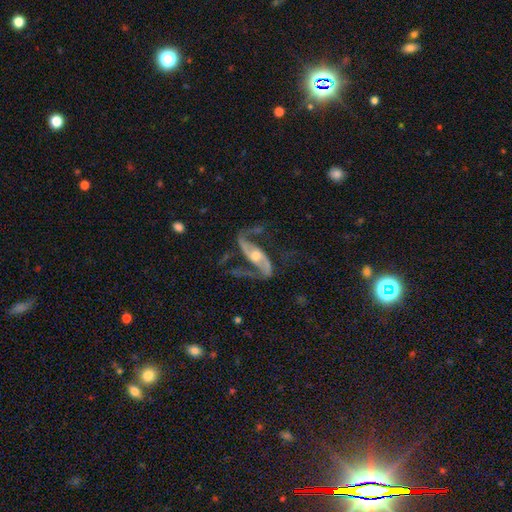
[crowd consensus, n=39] Smooth or featured?
  - featured or disk: 90% *
  - smooth: 8%
  - star or artifact: 3%
Edge-on disk?
  - no: 91% *
  - yes: 9%
Bar?
  - strong: 34% * (tied)
  - no: 34% * (tied)
  - weak: 31%
Spiral arms?
  - yes: 88% *
  - no: 12%
Spiral winding?
  - loose: 75% *
  - medium: 21%
  - tight: 4%
Spiral arm count?
  - 2: 96% *
  - can't tell: 4%
  - 1: 0%
  - 3: 0%
  - 4: 0%
  - more than 4: 0%
Bulge size?
  - moderate: 66% *
  - small: 25%
  - large: 9%
  - dominant: 0%
  - none: 0%
Merging?
  - major disturbance: 34% *
  - minor disturbance: 32%
  - none: 29%
  - merger: 5%